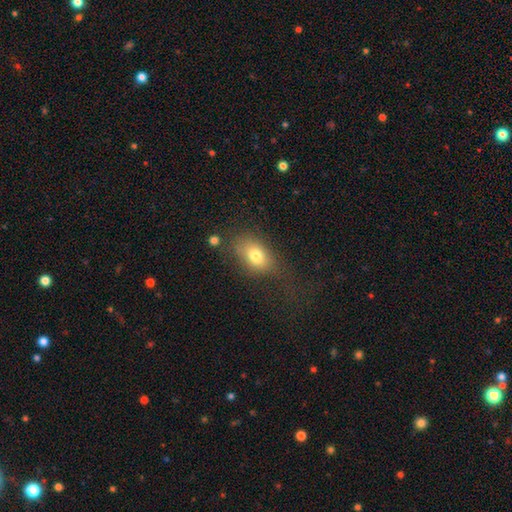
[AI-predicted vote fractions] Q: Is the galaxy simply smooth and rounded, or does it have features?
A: smooth — 76%.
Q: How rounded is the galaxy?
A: in between — 81%.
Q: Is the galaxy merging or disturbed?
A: none — 60%.